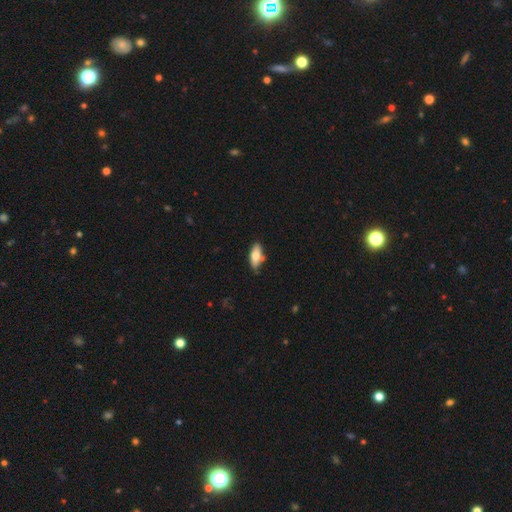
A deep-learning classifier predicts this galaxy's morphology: A smooth galaxy with no disk features (72%) that is in between round and cigar-shaped (79%).

Vote fractions:
- Smooth or featured? smooth: 72% / featured or disk: 22% / star or artifact: 6%
- How rounded? in between: 79% / cigar-shaped: 18% / round: 3%
- Merging? none: 74% / minor disturbance: 18% / merger: 6% / major disturbance: 3%